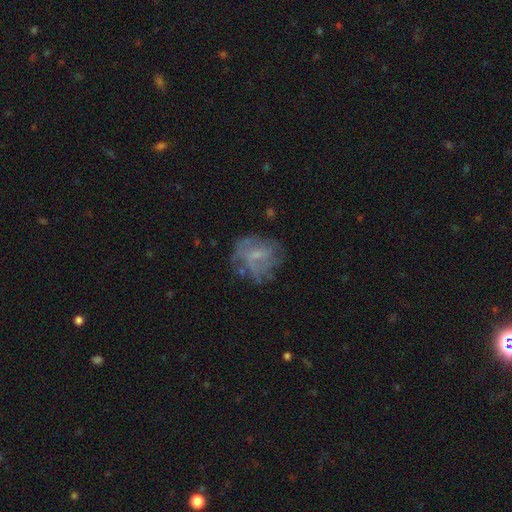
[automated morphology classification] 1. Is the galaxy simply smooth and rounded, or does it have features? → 53% featured or disk, 34% smooth, 13% star or artifact.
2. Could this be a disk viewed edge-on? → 97% no, 3% yes.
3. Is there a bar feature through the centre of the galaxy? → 61% no, 34% weak, 6% strong.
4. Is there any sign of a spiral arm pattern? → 61% no, 39% yes.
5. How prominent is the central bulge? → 42% small, 30% none, 25% moderate, 2% large, 1% dominant.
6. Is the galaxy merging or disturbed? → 54% none, 22% major disturbance, 21% minor disturbance, 3% merger.